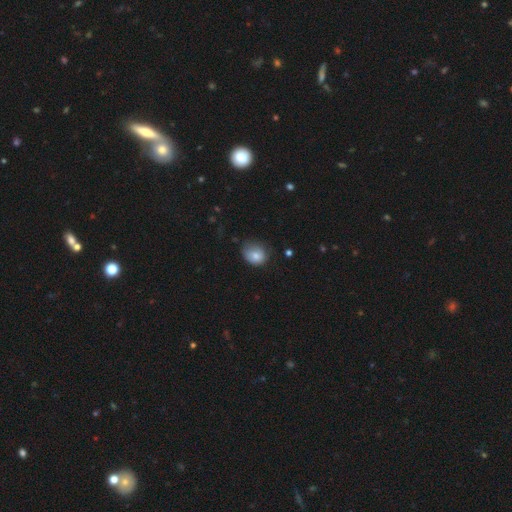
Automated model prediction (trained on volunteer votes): This appears to be a smooth galaxy with no disk features (78%) that is round (58%). Merging: none (51%).